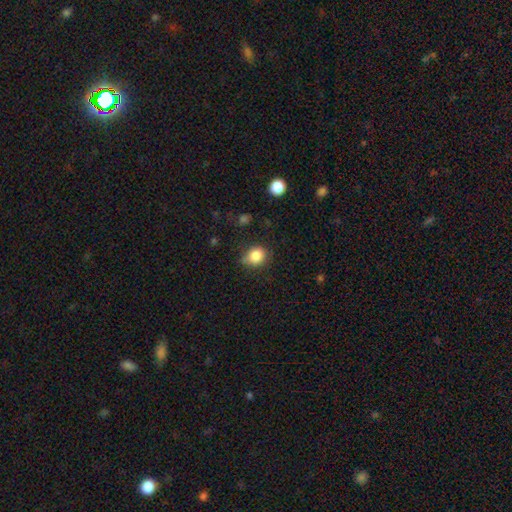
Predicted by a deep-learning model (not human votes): A smooth galaxy with no disk features (85%) that is round (67%). Merging: none (69%).